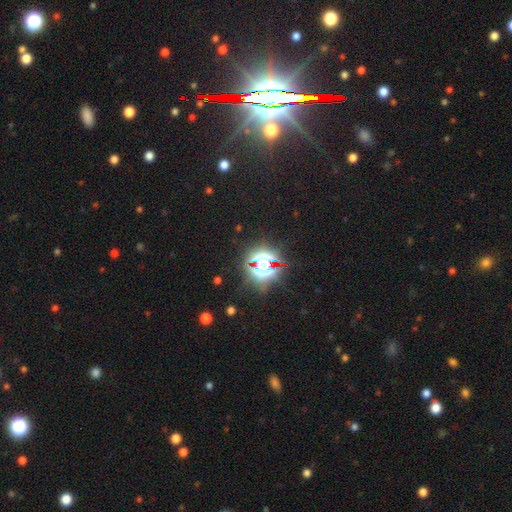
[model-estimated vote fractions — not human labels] Smooth or featured? Predicted: star or artifact (p=0.82).